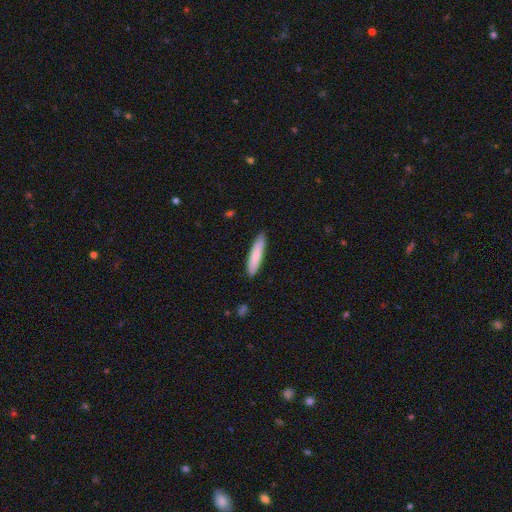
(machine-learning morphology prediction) Smooth or featured?
  - smooth: 78% *
  - featured or disk: 17%
  - star or artifact: 5%
How rounded?
  - cigar-shaped: 82% *
  - in between: 17%
  - round: 1%
Merging?
  - none: 86% *
  - minor disturbance: 11%
  - major disturbance: 2%
  - merger: 1%